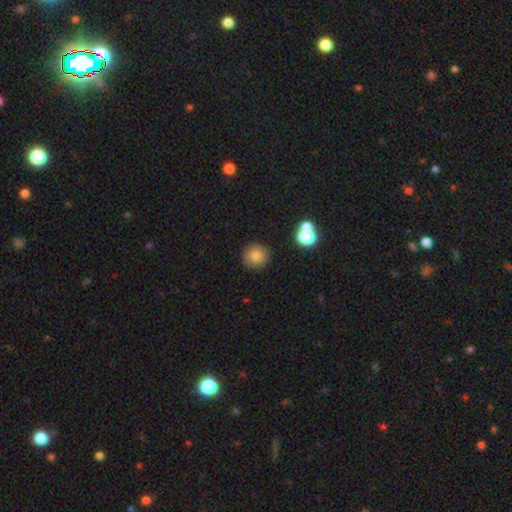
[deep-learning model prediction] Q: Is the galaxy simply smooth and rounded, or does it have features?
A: smooth — 82%.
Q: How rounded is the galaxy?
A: round — 92%.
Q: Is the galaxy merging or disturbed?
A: none — 87%.